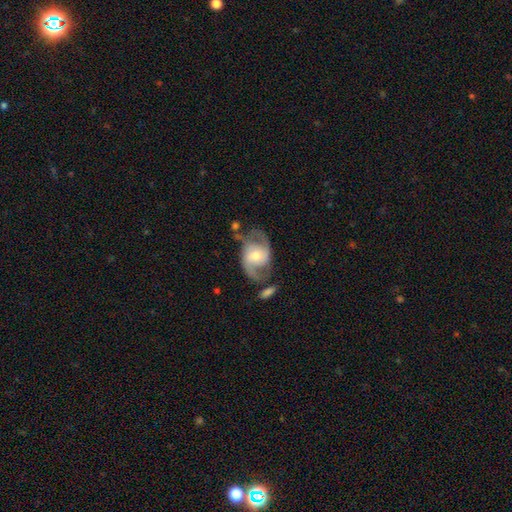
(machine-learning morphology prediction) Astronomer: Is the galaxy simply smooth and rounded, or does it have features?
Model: featured or disk — 82%.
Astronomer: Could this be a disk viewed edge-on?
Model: no — 97%.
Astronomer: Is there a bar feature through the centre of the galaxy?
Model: no — 54% (runner-up: weak, 36%).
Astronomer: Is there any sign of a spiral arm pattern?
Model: yes — 94%.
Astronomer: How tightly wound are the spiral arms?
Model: medium — 51% (runner-up: loose, 31%).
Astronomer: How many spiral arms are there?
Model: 2 — 89%.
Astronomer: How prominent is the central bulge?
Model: moderate — 59%.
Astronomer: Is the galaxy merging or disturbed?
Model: none — 60%.